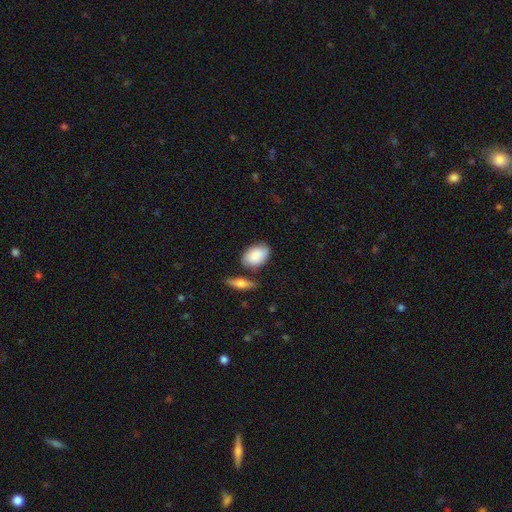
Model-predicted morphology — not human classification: smooth 84%, featured or disk 11%, star or artifact 6%. Down the decision tree: how rounded — in between (86%); merging — none (67%).